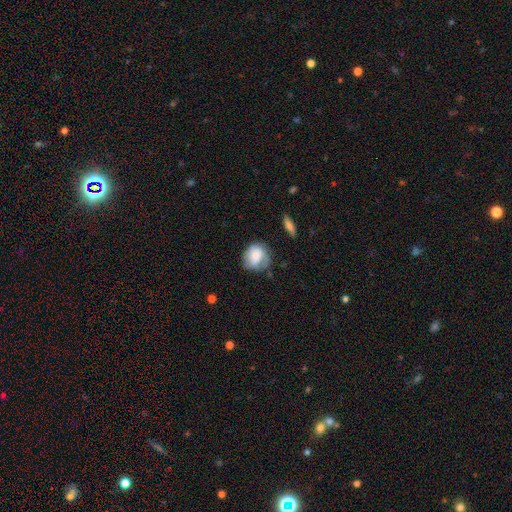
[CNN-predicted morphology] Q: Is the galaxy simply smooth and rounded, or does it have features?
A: smooth — 65%.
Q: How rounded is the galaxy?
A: round — 70%.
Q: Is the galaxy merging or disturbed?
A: none — 51%.